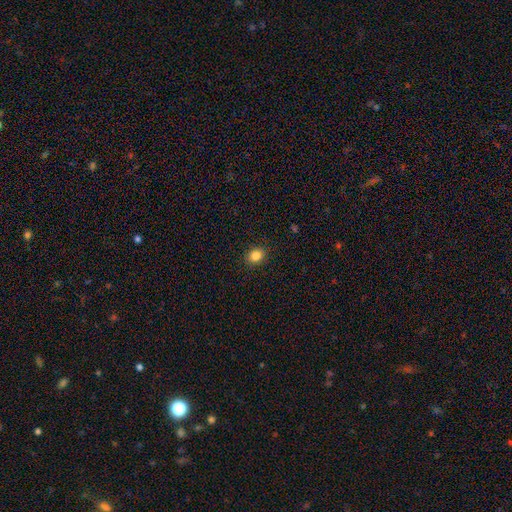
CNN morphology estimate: smooth_or_featured: smooth (p=0.84) [alt: star or artifact p=0.11]
how_rounded: round (p=0.56) [alt: in between p=0.43]
merging: none (p=0.90) [alt: minor disturbance p=0.07]